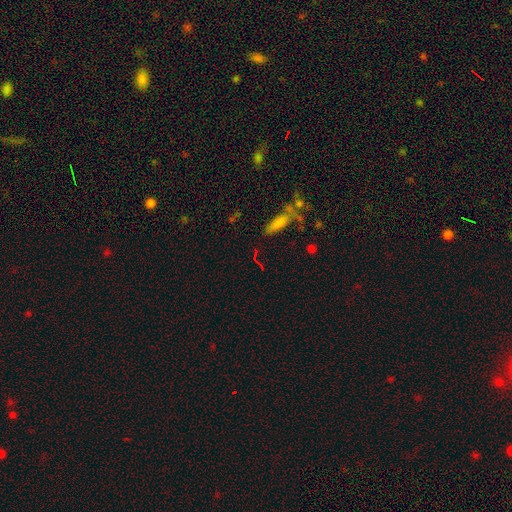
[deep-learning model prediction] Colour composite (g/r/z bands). It shows a star or artifact, not a galaxy (45%).